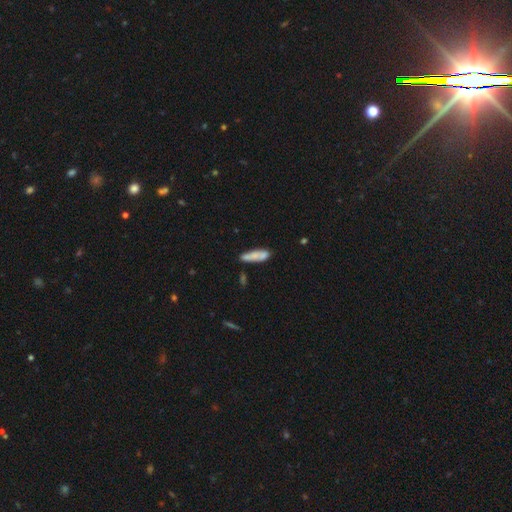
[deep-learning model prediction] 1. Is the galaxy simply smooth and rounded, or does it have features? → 73% smooth, 20% featured or disk, 7% star or artifact.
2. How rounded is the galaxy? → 67% cigar-shaped, 31% in between, 2% round.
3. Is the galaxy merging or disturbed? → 59% none, 22% minor disturbance, 12% merger, 7% major disturbance.